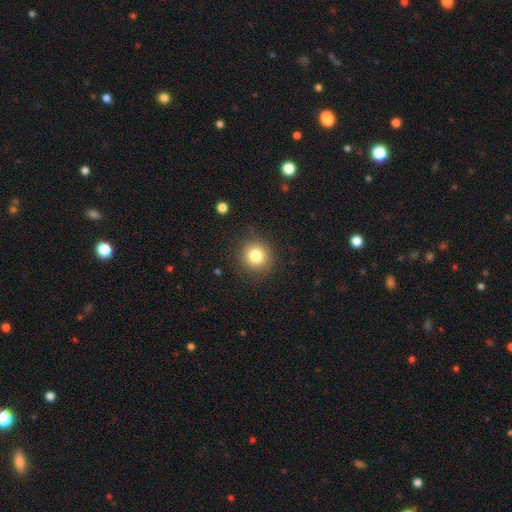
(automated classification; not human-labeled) smooth_or_featured: smooth (p=0.81) [alt: star or artifact p=0.11]
how_rounded: round (p=0.92) [alt: in between p=0.07]
merging: none (p=0.88) [alt: minor disturbance p=0.08]